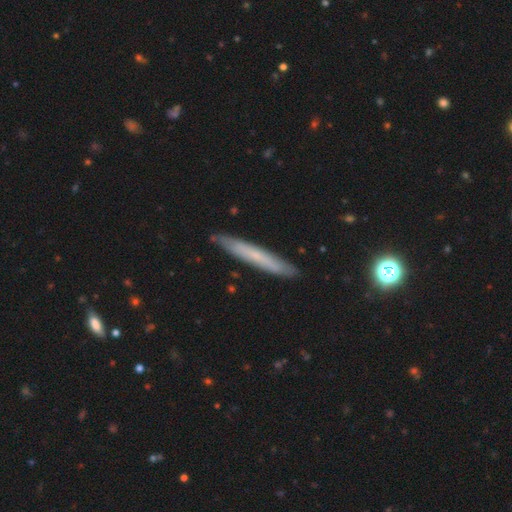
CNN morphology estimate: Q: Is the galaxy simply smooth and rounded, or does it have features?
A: smooth — 51%.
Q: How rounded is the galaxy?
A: cigar-shaped — 95%.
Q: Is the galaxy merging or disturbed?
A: none — 88%.